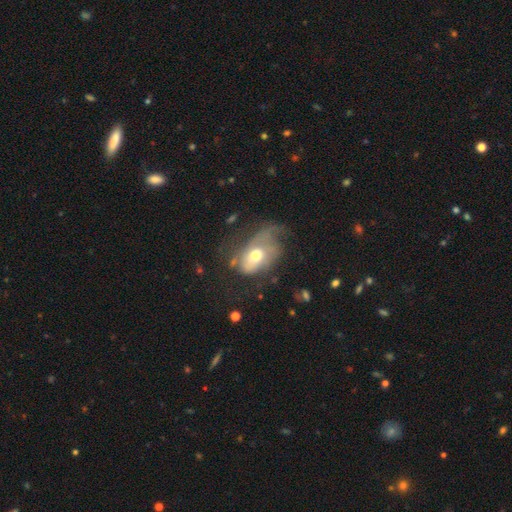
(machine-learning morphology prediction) This is possibly a smooth galaxy (49%). Merging: possibly major disturbance (46%).